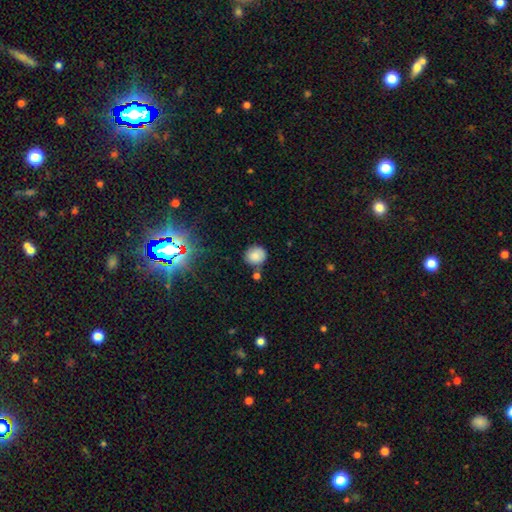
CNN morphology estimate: Smooth or featured? smooth (79%)
How rounded? round (82%)
Merging? none (70%)